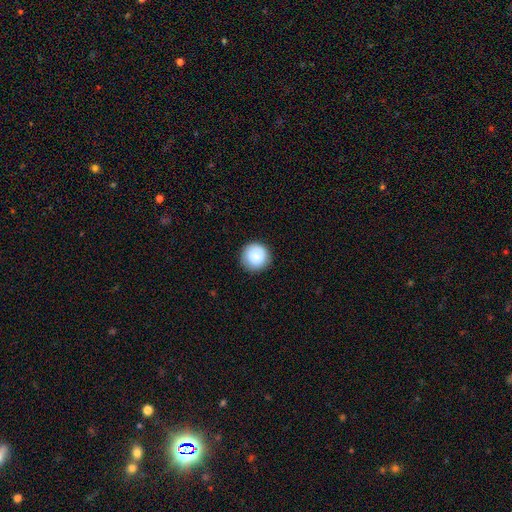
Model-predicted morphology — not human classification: A smooth galaxy with no disk features (87%) that is round (95%).

Vote fractions:
- Smooth or featured? smooth: 87% / star or artifact: 7% / featured or disk: 6%
- How rounded? round: 95% / in between: 4% / cigar-shaped: 1%
- Merging? none: 88% / minor disturbance: 9% / major disturbance: 2% / merger: 1%